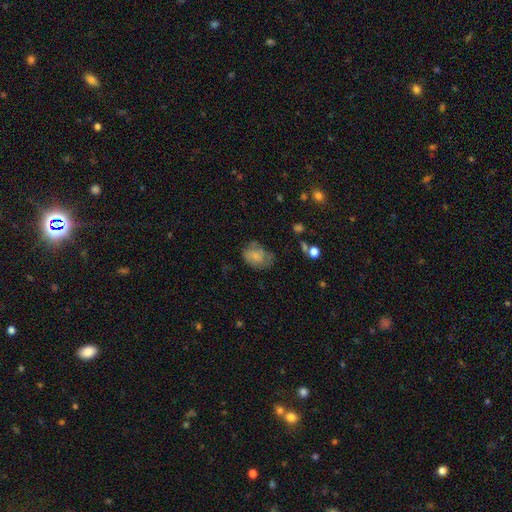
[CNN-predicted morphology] Q: Smooth or featured?
A: smooth (70%); runner-up: featured or disk (22%)
Q: How rounded?
A: in between (70%); runner-up: round (29%)
Q: Merging?
A: none (49%); runner-up: minor disturbance (31%)